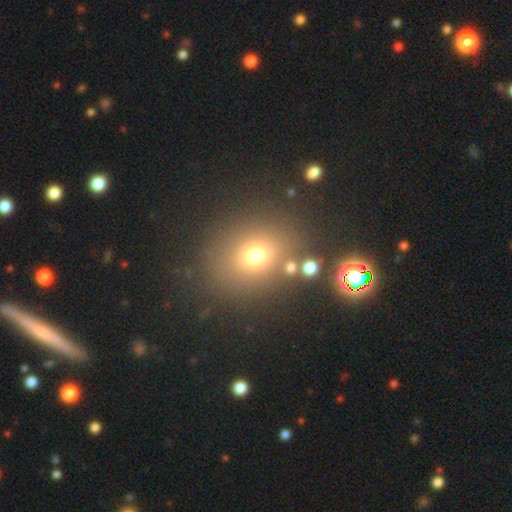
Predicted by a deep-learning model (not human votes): Smooth or featured?
  - smooth: 68% *
  - star or artifact: 21%
  - featured or disk: 11%
How rounded?
  - round: 66% *
  - in between: 33%
  - cigar-shaped: 1%
Merging?
  - none: 78% *
  - minor disturbance: 10%
  - merger: 6%
  - major disturbance: 5%